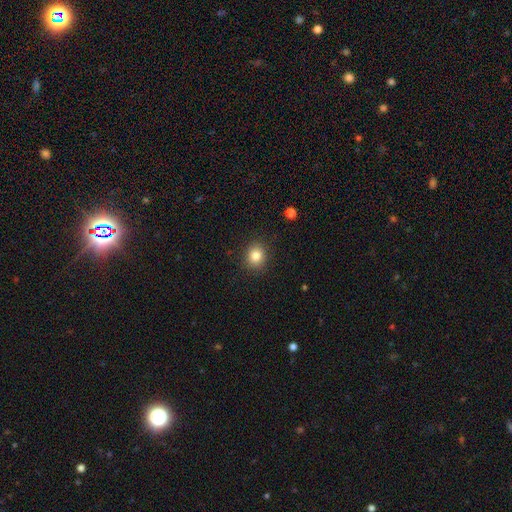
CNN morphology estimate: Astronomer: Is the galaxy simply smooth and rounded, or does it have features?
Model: smooth — 83%.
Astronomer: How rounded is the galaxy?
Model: round — 72%.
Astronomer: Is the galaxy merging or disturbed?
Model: none — 88%.